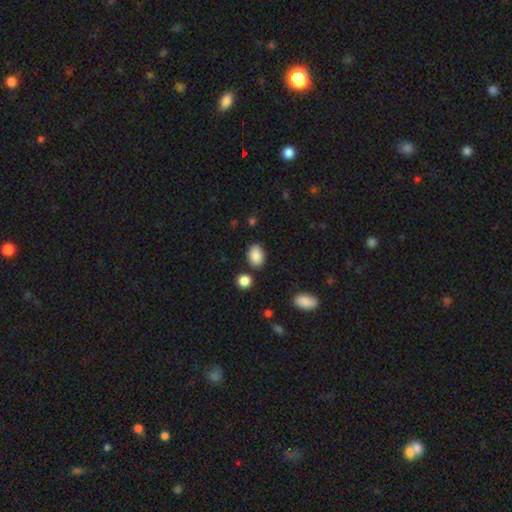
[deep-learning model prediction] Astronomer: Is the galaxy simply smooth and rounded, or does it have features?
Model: smooth — 88%.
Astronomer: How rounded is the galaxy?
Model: in between — 79%.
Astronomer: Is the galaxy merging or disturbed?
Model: none — 78%.